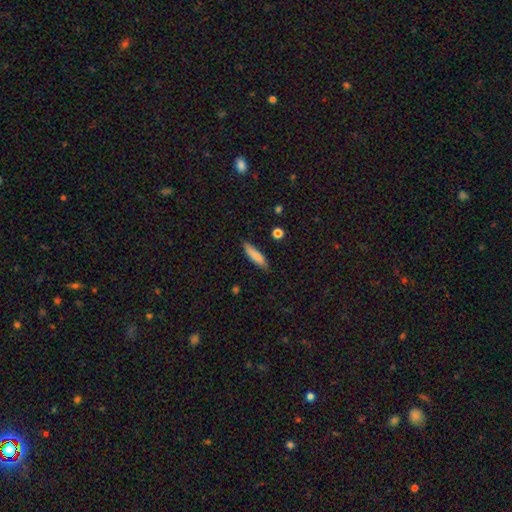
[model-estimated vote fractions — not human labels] This is clearly a smooth galaxy (81%). How rounded: likely cigar-shaped (67%). Merging: clearly none (80%).